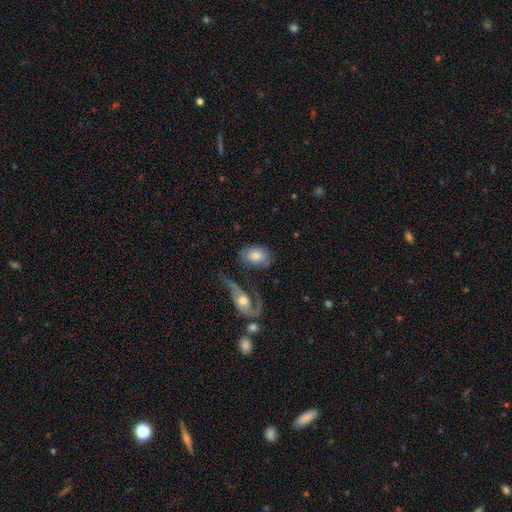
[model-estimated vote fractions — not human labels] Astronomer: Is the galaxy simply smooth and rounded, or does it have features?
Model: smooth — 67%.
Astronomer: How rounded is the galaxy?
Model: in between — 86%.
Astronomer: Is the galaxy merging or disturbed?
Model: none — 52%.